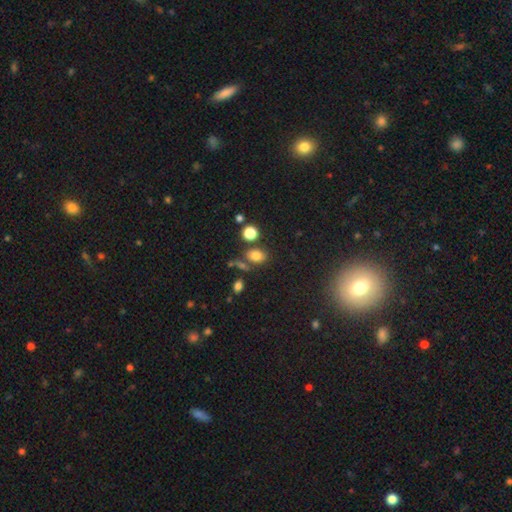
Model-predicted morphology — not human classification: type=smooth (77%); roundness=in between (66%); merging=none (67%).